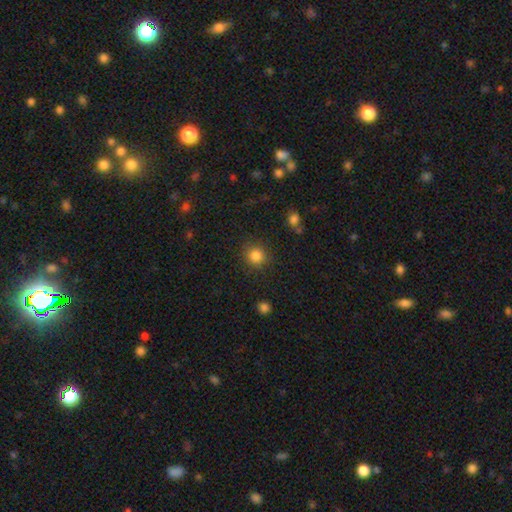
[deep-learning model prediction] smooth_or_featured: smooth (p=0.84) [alt: star or artifact p=0.11]
how_rounded: round (p=0.91) [alt: in between p=0.08]
merging: none (p=0.87) [alt: minor disturbance p=0.08]